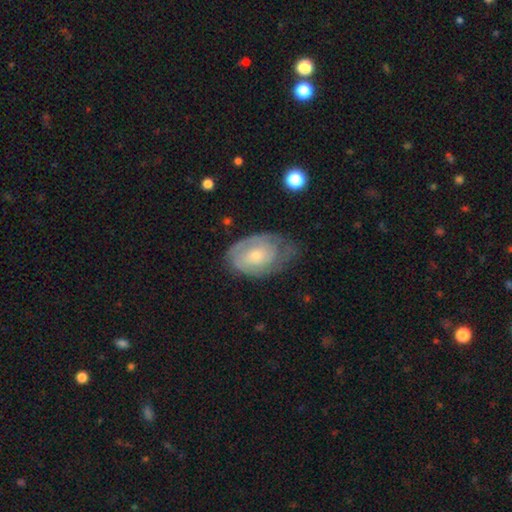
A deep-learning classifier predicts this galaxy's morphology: smooth-or-featured: featured or disk: 62% | smooth: 32% | star or artifact: 6%
  disk-edge-on: no: 96% | yes: 4%
    bar: no: 76% | weak: 21% | strong: 3%
    has-spiral-arms: yes: 74% | no: 26%
    bulge-size: small: 56% | moderate: 38% | large: 3% | none: 2% | dominant: 1%
  merging: none: 50% | minor disturbance: 32% | major disturbance: 16% | merger: 2%